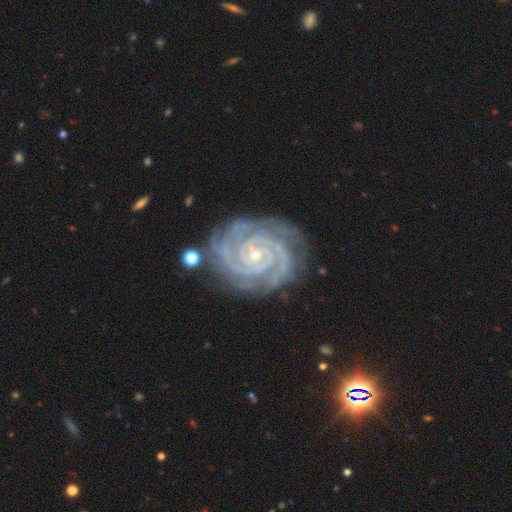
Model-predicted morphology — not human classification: Smooth or featured? Predicted: featured or disk (p=0.93). Edge-on disk? Predicted: no (p=0.98). Bar? Predicted: no (p=0.69). Spiral arms? Predicted: yes (p=0.99). Spiral winding? Predicted: tight (p=0.87). Spiral arm count? Predicted: 2 (p=0.37). Bulge size? Predicted: small (p=0.82). Merging? Predicted: none (p=0.79).